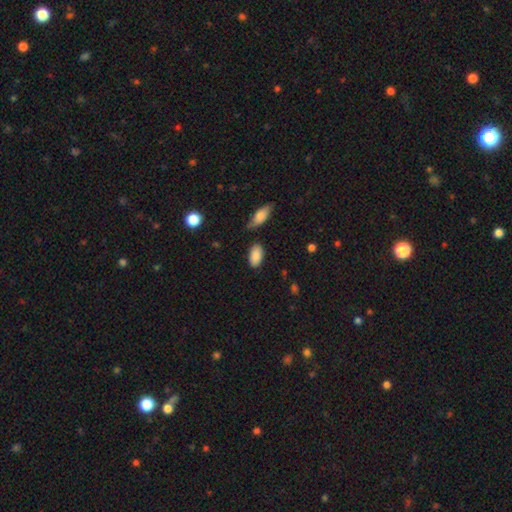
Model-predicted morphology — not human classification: This appears to be a smooth galaxy with no disk features (88%) that is in between round and cigar-shaped (94%). Merging: none (80%).